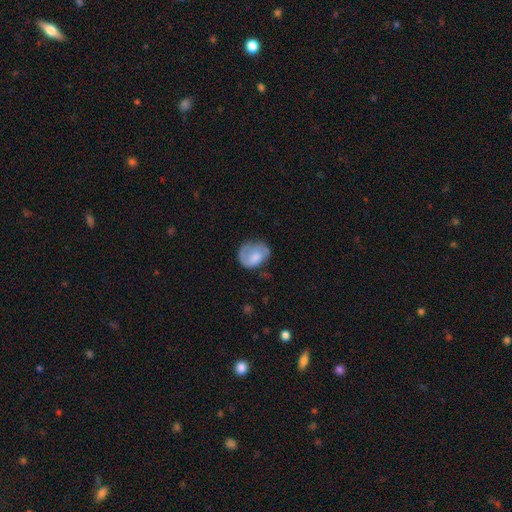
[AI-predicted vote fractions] Smooth or featured? Predicted: smooth (p=0.59). How rounded? Predicted: in between (p=0.51). Merging? Predicted: none (p=0.46).